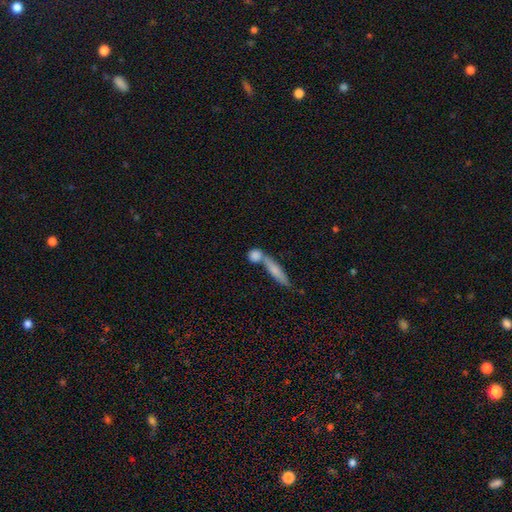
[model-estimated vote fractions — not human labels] Smooth or featured? smooth (78%)
How rounded? round (59%)
Merging? none (49%)